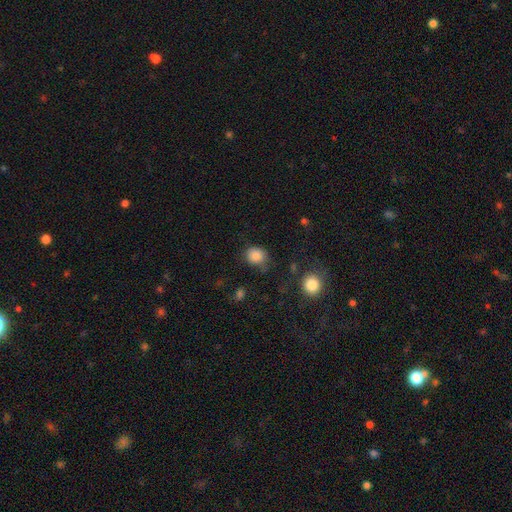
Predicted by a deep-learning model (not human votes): Q: Smooth or featured?
A: smooth (84%); runner-up: star or artifact (10%)
Q: How rounded?
A: round (72%); runner-up: in between (27%)
Q: Merging?
A: none (63%); runner-up: minor disturbance (25%)